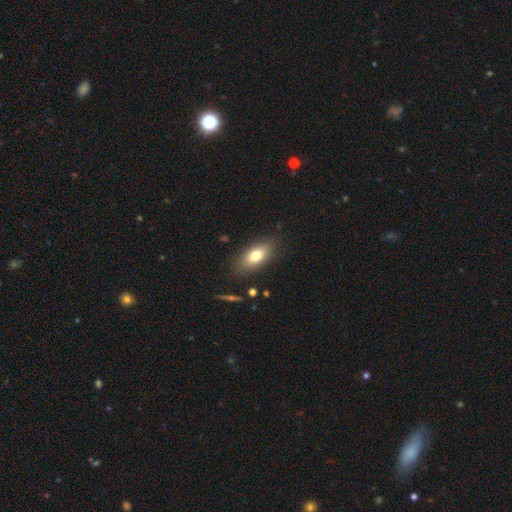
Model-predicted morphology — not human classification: Overall: smooth (75%). How rounded: in between (85%). Merging: none (83%).